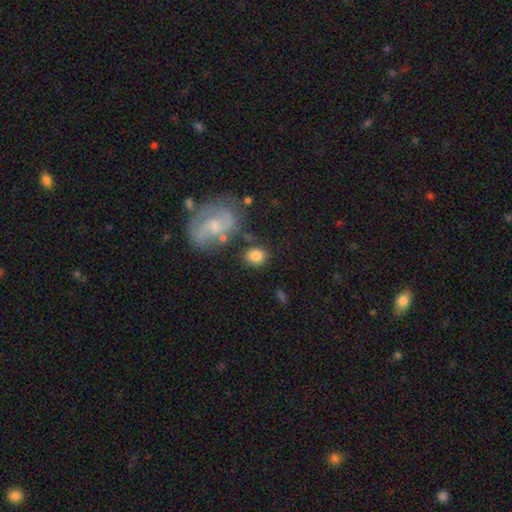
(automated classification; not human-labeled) This is likely a smooth galaxy (76%). How rounded: possibly round (51%). Merging: likely none (72%).